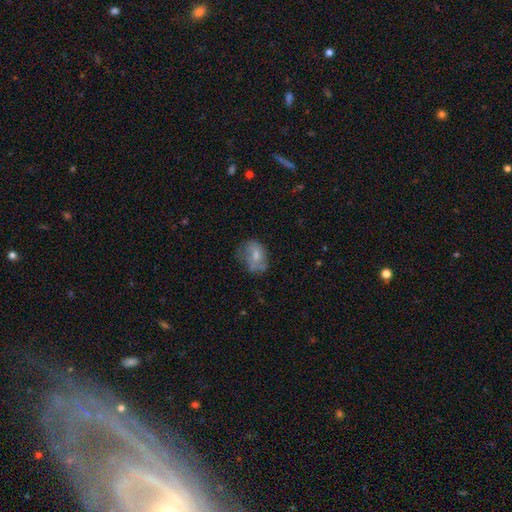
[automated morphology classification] This is possibly a smooth galaxy (58%). How rounded: likely in between (69%). Merging: marginally none (44%).